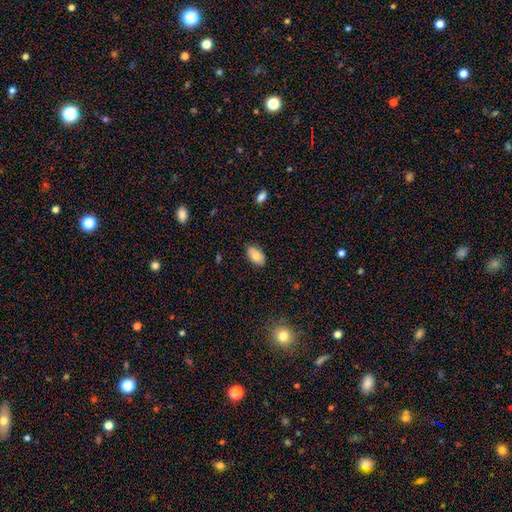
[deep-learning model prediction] The model was most divided on "smooth or featured": smooth: 81%, featured or disk: 12%, star or artifact: 7%. More confident: how rounded — in between (94%); merging — none (83%).